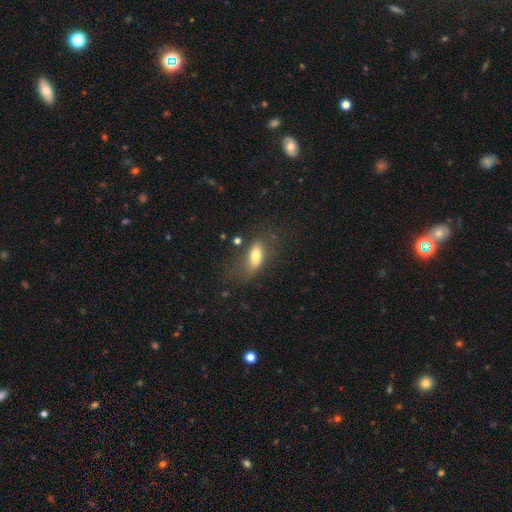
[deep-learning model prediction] Overall: smooth (73%). How rounded: in between (82%). Merging: none (51%; minor disturbance 24%).